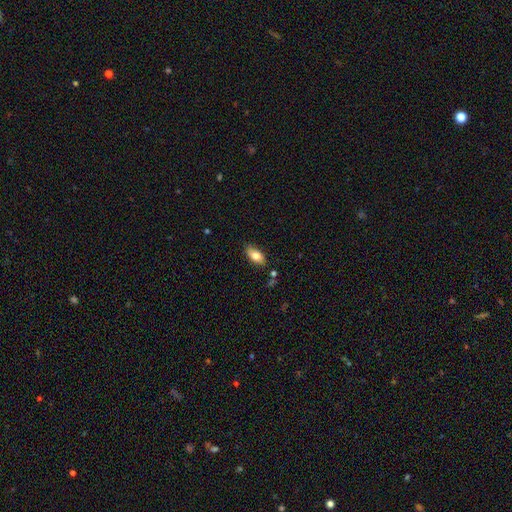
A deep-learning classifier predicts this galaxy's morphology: A smooth galaxy with no disk features (79%) that is in between round and cigar-shaped (88%). Merging: none (81%).